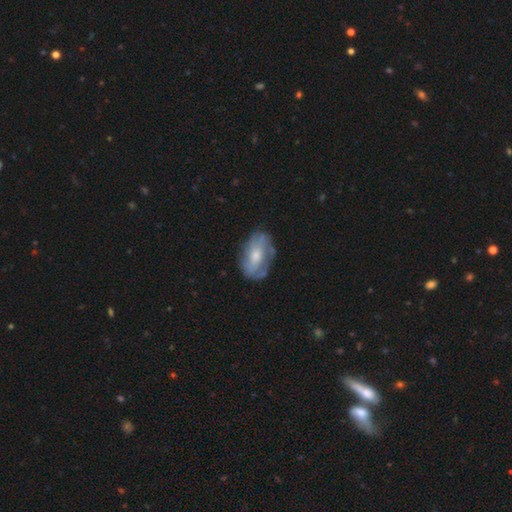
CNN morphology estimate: smooth-or-featured: featured or disk: 55% | smooth: 38% | star or artifact: 7%
  disk-edge-on: no: 94% | yes: 6%
    bar: no: 68% | weak: 26% | strong: 6%
    has-spiral-arms: yes: 58% | no: 42%
    bulge-size: moderate: 54% | small: 33% | large: 7% | none: 4% | dominant: 1%
  merging: none: 66% | minor disturbance: 23% | major disturbance: 10% | merger: 2%